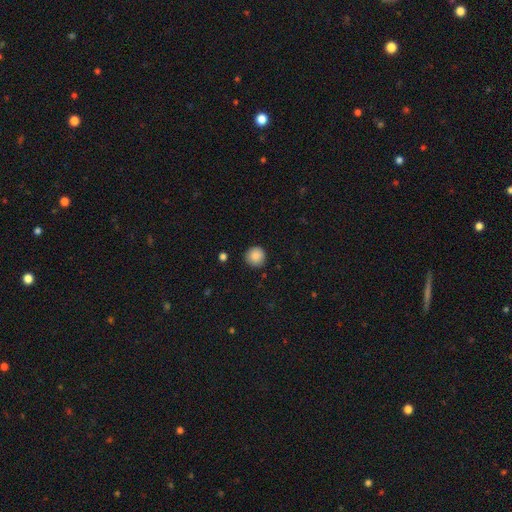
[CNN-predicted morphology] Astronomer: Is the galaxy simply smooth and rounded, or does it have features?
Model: smooth — 87%.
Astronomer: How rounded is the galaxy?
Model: round — 94%.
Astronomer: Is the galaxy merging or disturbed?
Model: none — 89%.